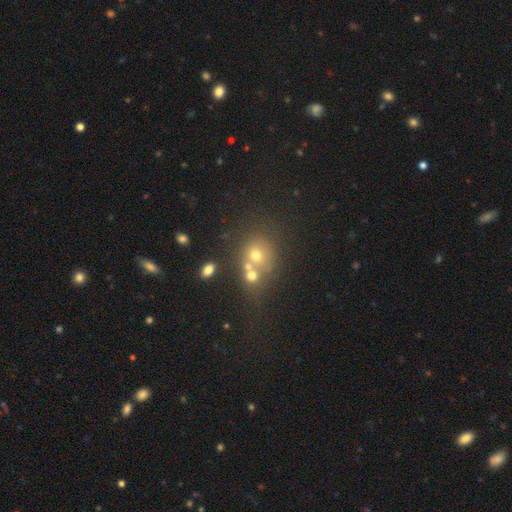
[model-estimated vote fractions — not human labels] smooth 58%, star or artifact 23%, featured or disk 19%. Down the decision tree: how rounded — round (76%); merging — none (43%, tied with merger).